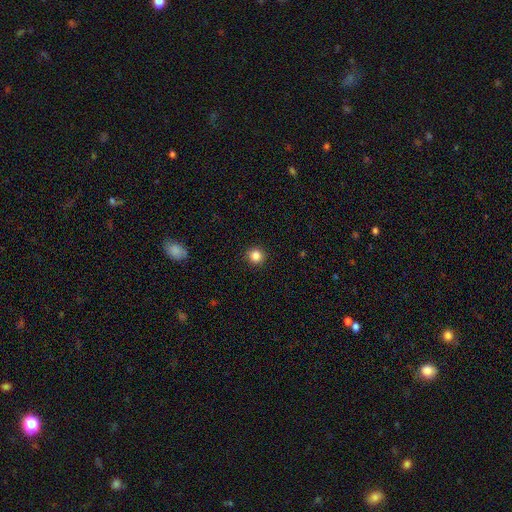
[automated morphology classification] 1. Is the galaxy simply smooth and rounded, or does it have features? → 85% smooth, 12% star or artifact, 4% featured or disk.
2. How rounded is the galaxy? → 94% round, 5% in between, 1% cigar-shaped.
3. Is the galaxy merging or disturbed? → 93% none, 5% minor disturbance, 2% major disturbance, 1% merger.